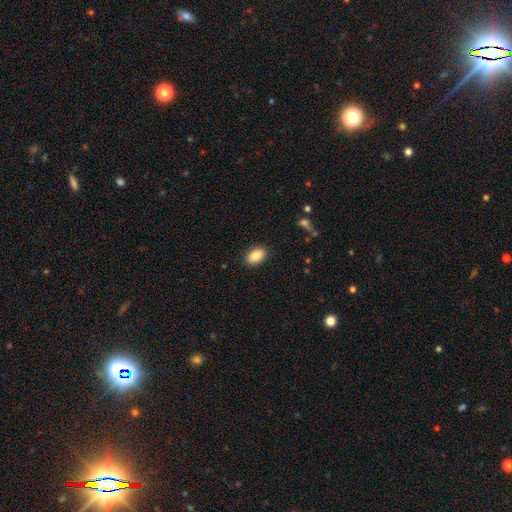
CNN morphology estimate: Smooth or featured? smooth (87%)
How rounded? in between (91%)
Merging? none (88%)